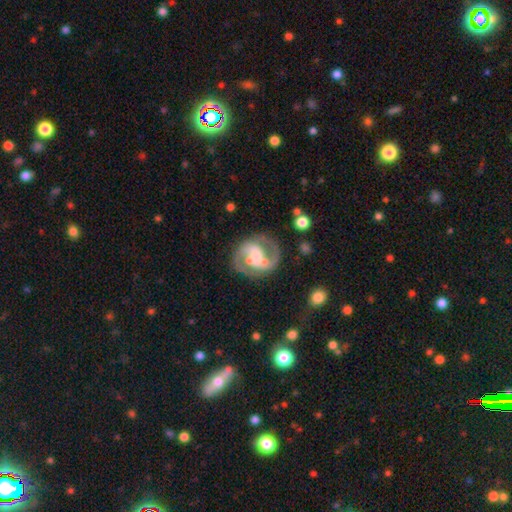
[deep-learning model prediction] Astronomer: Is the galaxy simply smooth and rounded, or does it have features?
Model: featured or disk — 83%.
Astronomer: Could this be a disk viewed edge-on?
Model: no — 98%.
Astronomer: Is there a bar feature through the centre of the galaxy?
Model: weak — 40% (runner-up: no, 35%).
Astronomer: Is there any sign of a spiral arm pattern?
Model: yes — 91%.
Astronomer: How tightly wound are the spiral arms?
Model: medium — 54%.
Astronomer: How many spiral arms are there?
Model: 2 — 87%.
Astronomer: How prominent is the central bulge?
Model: moderate — 34% (runner-up: small, 31%).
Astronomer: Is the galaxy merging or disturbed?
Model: none — 66%.